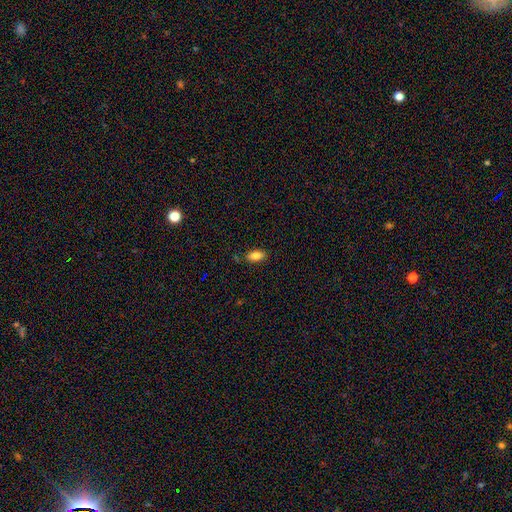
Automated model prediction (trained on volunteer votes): smooth_or_featured: smooth (p=0.84) [alt: star or artifact p=0.09]
how_rounded: in between (p=0.91) [alt: cigar-shaped p=0.05]
merging: none (p=0.83) [alt: minor disturbance p=0.12]